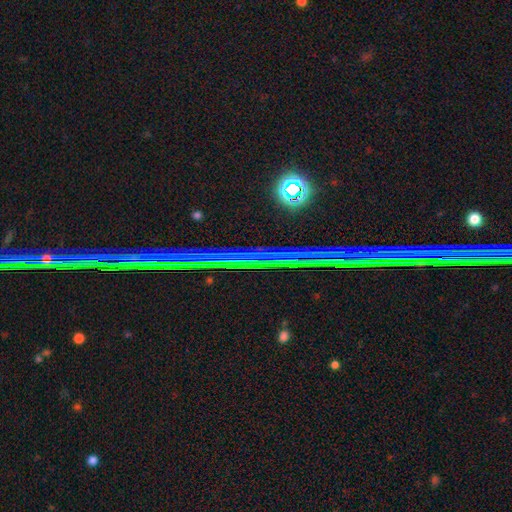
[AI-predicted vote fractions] The model was most divided on "smooth or featured": star or artifact: 85%, featured or disk: 9%, smooth: 7%.